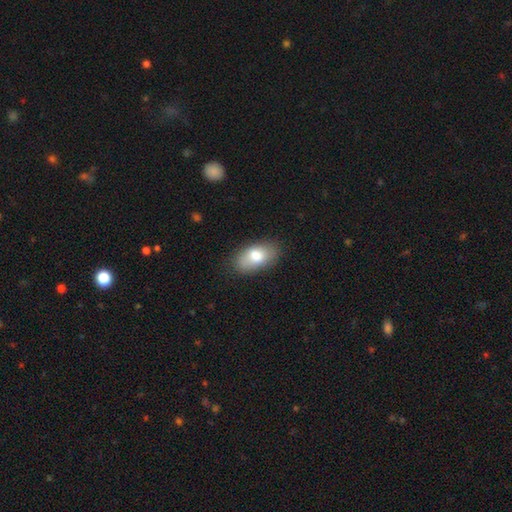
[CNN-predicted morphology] Smooth or featured? Predicted: smooth (p=0.79). How rounded? Predicted: in between (p=0.92). Merging? Predicted: none (p=0.77).